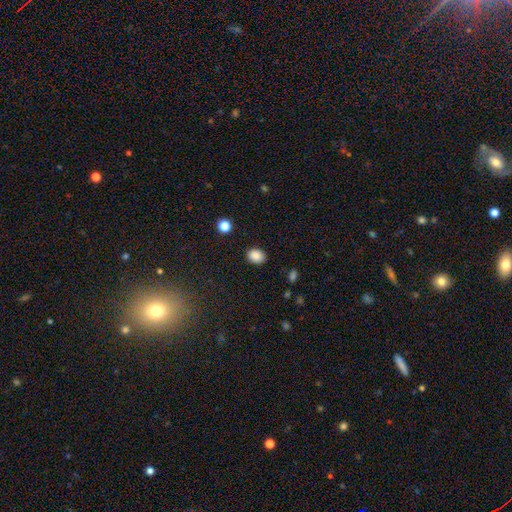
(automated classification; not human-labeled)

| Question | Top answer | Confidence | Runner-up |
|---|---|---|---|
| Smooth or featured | smooth | 88% | star or artifact (9%) |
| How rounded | in between | 60% | round (39%) |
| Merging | none | 88% | minor disturbance (8%) |